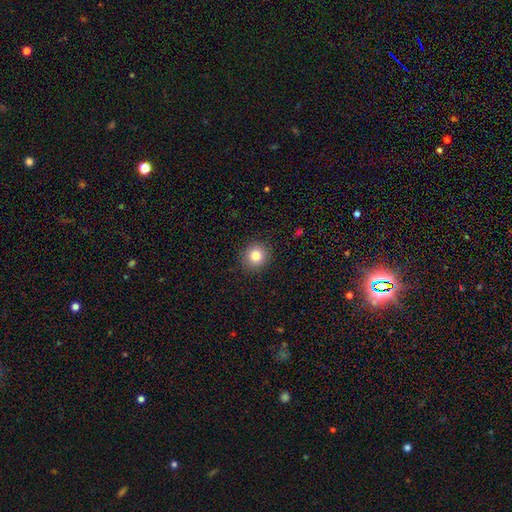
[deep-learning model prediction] Smooth or featured? Predicted: smooth (p=0.82). How rounded? Predicted: round (p=0.91). Merging? Predicted: none (p=0.91).